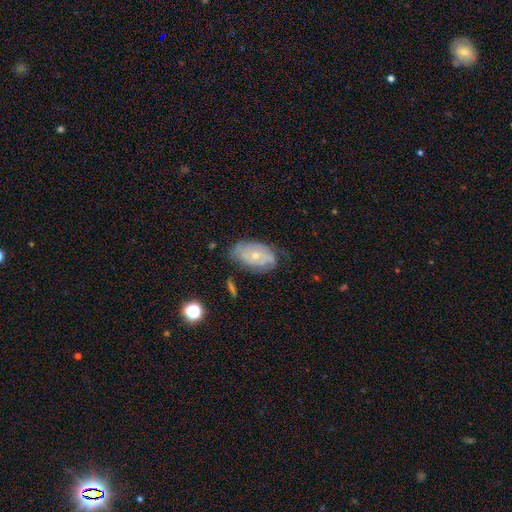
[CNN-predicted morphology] Smooth or featured? Predicted: featured or disk (p=0.66). Edge-on disk? Predicted: no (p=0.95). Bar? Predicted: no (p=0.78). Spiral arms? Predicted: yes (p=0.81). Spiral winding? Predicted: tight (p=0.57). Spiral arm count? Predicted: can't tell (p=0.47). Bulge size? Predicted: small (p=0.63). Merging? Predicted: none (p=0.63).